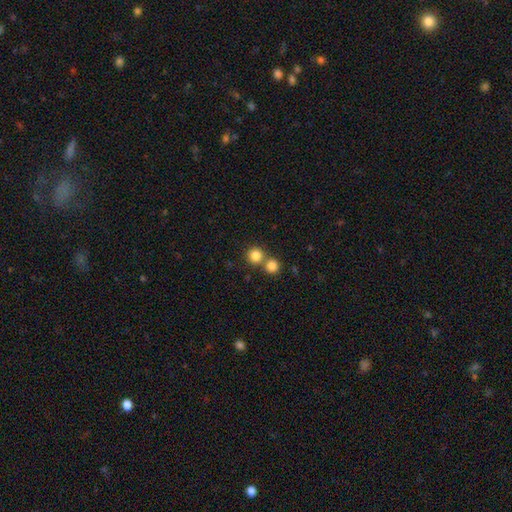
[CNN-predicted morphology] smooth_or_featured: smooth (p=0.83) [alt: star or artifact p=0.11]
how_rounded: round (p=0.92) [alt: in between p=0.07]
merging: none (p=0.58) [alt: merger p=0.35]